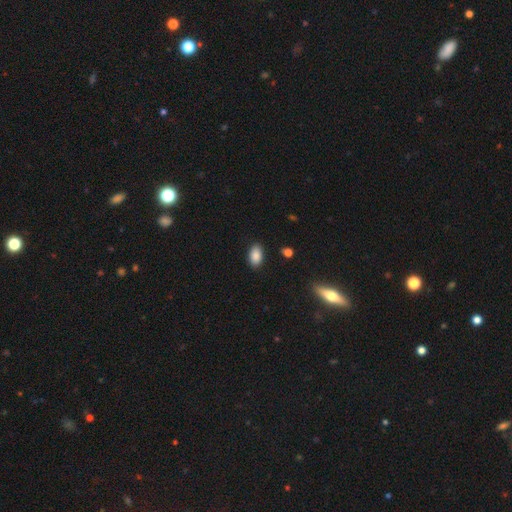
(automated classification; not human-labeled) The model was most divided on "merging": none: 88%, minor disturbance: 9%, major disturbance: 2%, merger: 1%. More confident: how rounded — in between (92%); smooth or featured — smooth (88%).